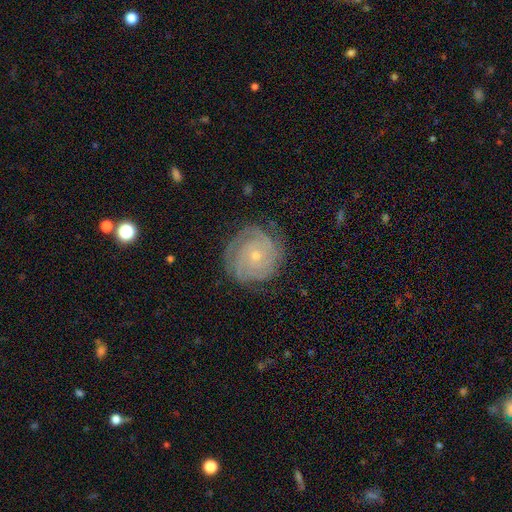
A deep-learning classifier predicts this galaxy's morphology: Overall: featured or disk (84%). Edge-on disk: no (98%). Bar: no (81%). Spiral arms: yes (97%). Spiral arm count: 3 (26%; can't tell 25%). Spiral winding: tight (82%). Bulge size: small (75%). Merging: none (80%).